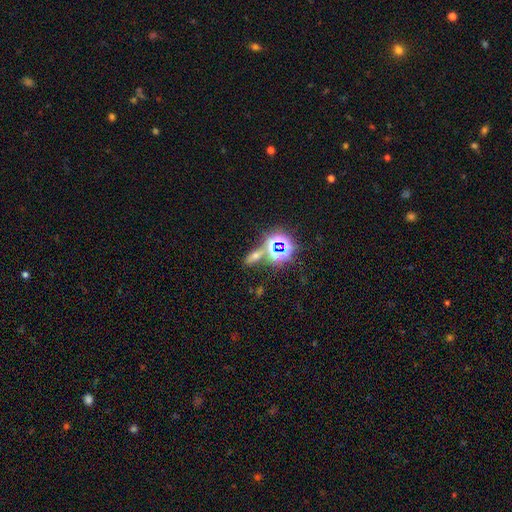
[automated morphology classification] Smooth or featured? star or artifact (45%)